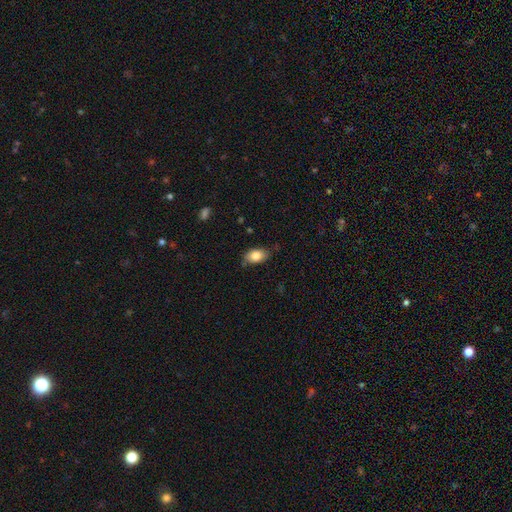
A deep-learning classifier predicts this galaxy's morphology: The model was most divided on "merging": none: 77%, minor disturbance: 18%, major disturbance: 3%, merger: 2%. More confident: how rounded — in between (88%); smooth or featured — smooth (81%).